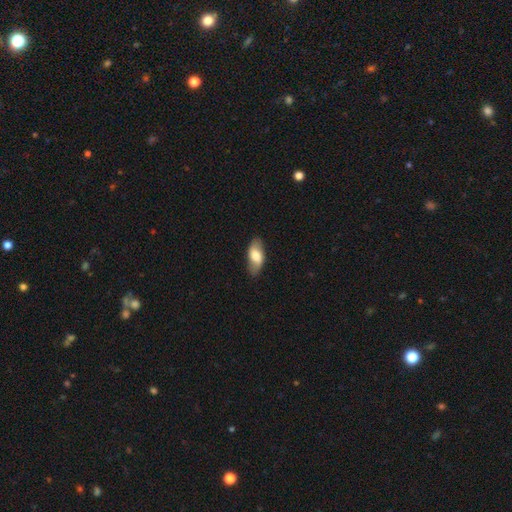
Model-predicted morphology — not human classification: type=smooth (64%); roundness=in between (86%); merging=none (84%).